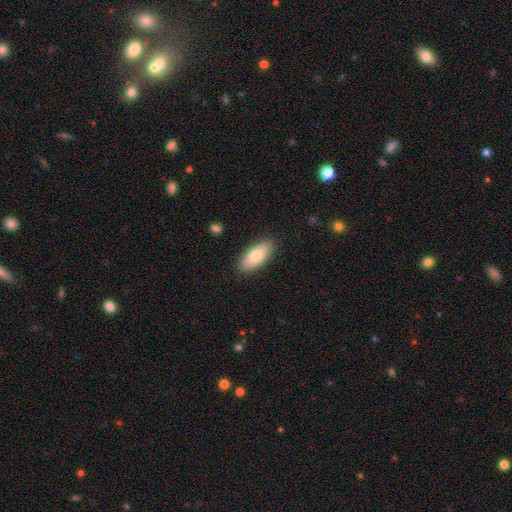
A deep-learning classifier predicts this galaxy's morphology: The model was most divided on "smooth or featured": smooth: 78%, featured or disk: 16%, star or artifact: 6%. More confident: merging — none (88%); how rounded — in between (82%).